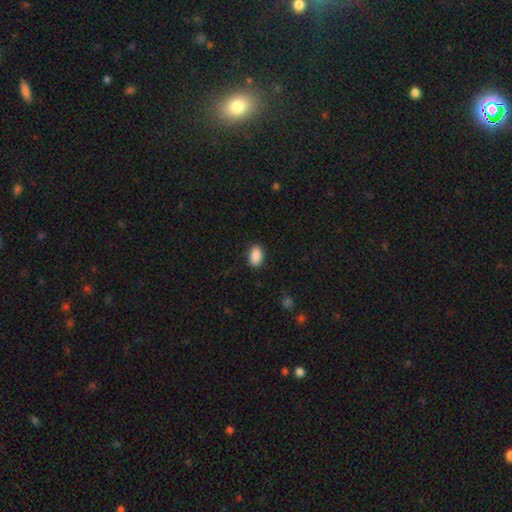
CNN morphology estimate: The model was most divided on "merging": none: 89%, minor disturbance: 8%, major disturbance: 2%, merger: 1%. More confident: how rounded — in between (92%); smooth or featured — smooth (90%).